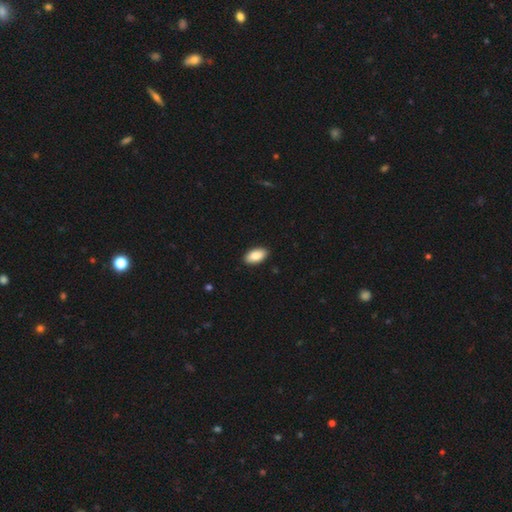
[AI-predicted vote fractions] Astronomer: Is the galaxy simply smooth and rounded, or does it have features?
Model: smooth — 88%.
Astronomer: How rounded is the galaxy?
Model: in between — 95%.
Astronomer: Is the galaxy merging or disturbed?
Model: none — 91%.